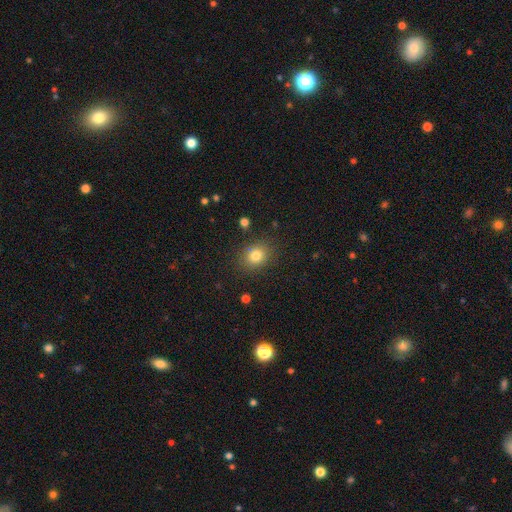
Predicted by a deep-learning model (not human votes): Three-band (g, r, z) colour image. It shows a smooth galaxy with no disk features (81%) that is round (56%). Merging: none (85%).